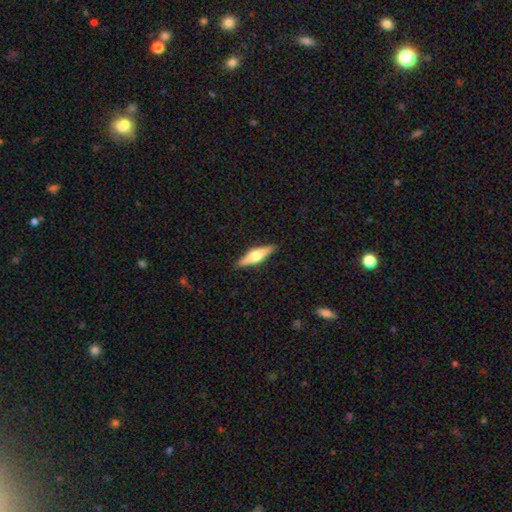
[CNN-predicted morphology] Overall: featured or disk (59%; smooth 35%). Edge-on disk: yes (95%). Edge-on bulge: rounded (92%). Merging: none (88%).